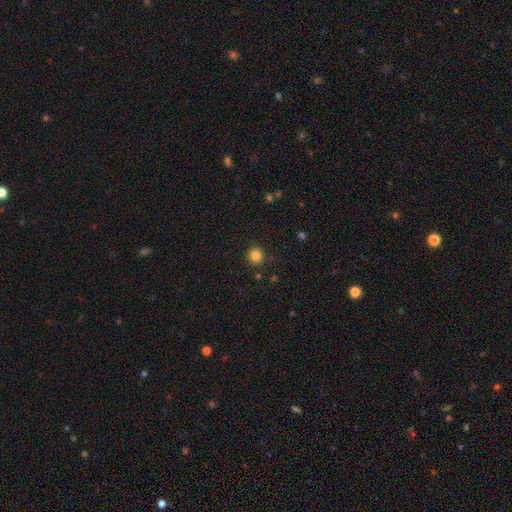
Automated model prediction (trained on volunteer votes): A smooth galaxy with no disk features (83%) that is round (92%). Merging: none (89%).